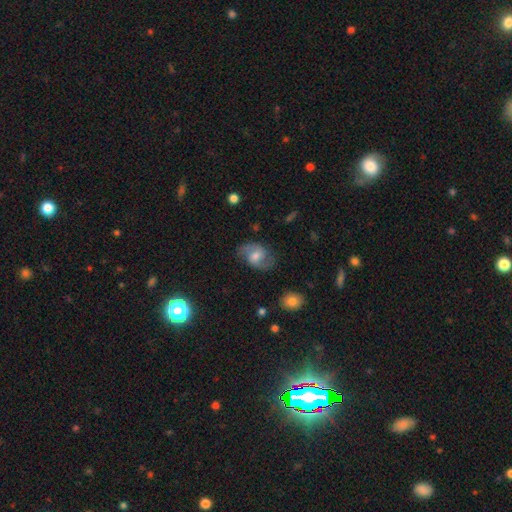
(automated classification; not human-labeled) Smooth or featured? Predicted: featured or disk (p=0.70). Edge-on disk? Predicted: no (p=0.97). Bar? Predicted: weak (p=0.51). Spiral arms? Predicted: yes (p=0.91). Spiral winding? Predicted: medium (p=0.51). Spiral arm count? Predicted: 2 (p=0.90). Bulge size? Predicted: moderate (p=0.56). Merging? Predicted: none (p=0.76).